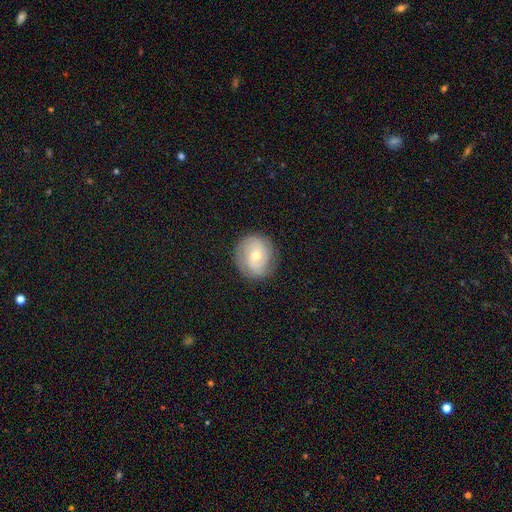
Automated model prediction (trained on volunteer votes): Smooth or featured? Predicted: featured or disk (p=0.59). Edge-on disk? Predicted: no (p=0.97). Bar? Predicted: no (p=0.65). Spiral arms? Predicted: yes (p=0.85). Bulge size? Predicted: small (p=0.50). Merging? Predicted: none (p=0.83).